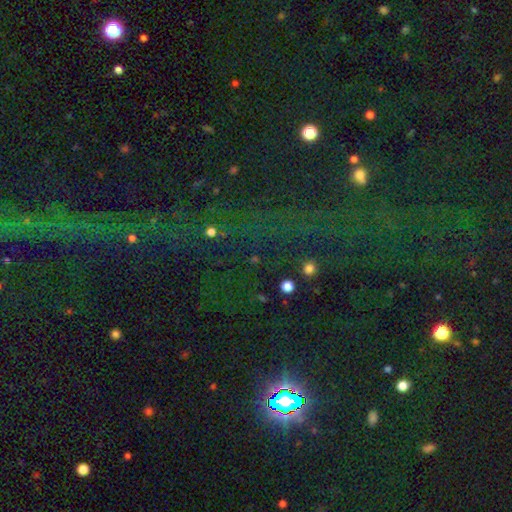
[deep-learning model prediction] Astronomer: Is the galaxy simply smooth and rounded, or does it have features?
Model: star or artifact — 79%.